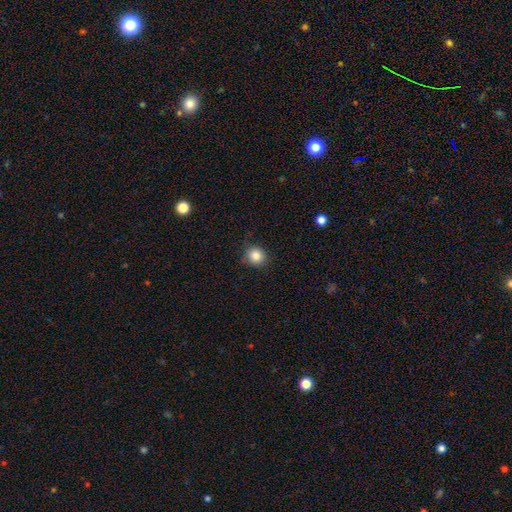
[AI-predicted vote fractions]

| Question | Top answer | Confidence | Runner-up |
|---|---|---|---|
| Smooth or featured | smooth | 85% | star or artifact (10%) |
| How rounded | round | 87% | in between (12%) |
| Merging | none | 82% | minor disturbance (14%) |